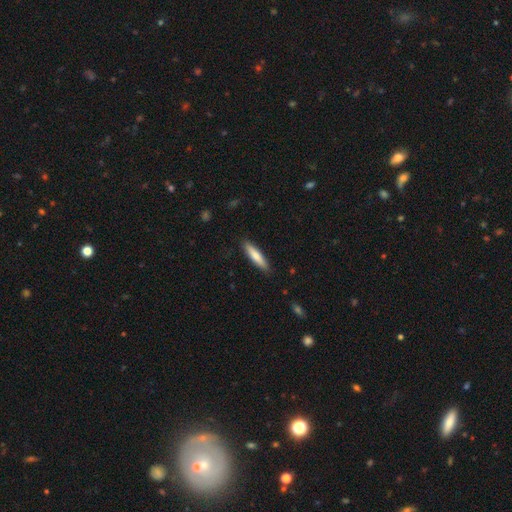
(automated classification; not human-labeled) The model was most divided on "smooth or featured": smooth: 76%, featured or disk: 18%, star or artifact: 5%. More confident: merging — none (89%); how rounded — cigar-shaped (80%).